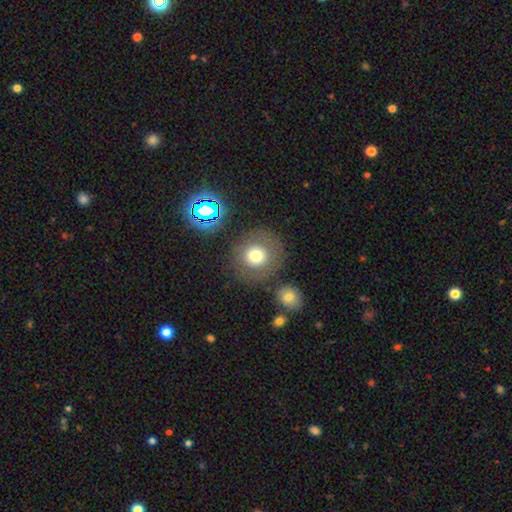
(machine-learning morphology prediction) Smooth or featured?
  - smooth: 72% *
  - featured or disk: 15%
  - star or artifact: 13%
How rounded?
  - round: 90% *
  - in between: 9%
  - cigar-shaped: 1%
Merging?
  - none: 80% *
  - minor disturbance: 10%
  - merger: 5%
  - major disturbance: 5%